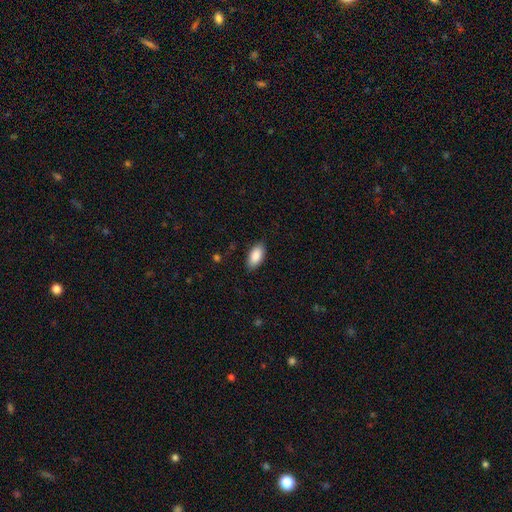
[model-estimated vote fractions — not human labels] Overall: smooth (89%). How rounded: in between (94%). Merging: none (86%).